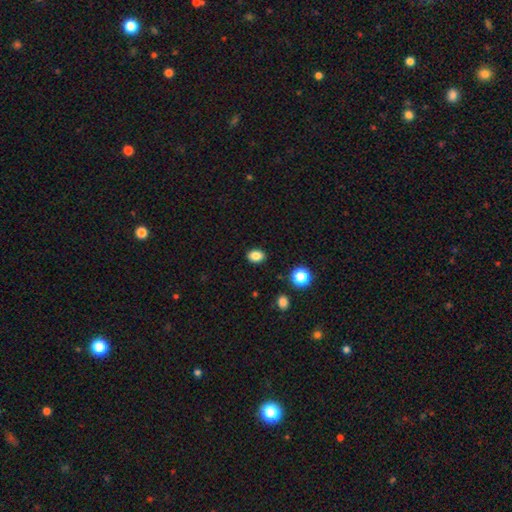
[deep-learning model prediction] Smooth or featured?
  - smooth: 85% *
  - star or artifact: 11%
  - featured or disk: 5%
How rounded?
  - in between: 62% *
  - round: 37%
  - cigar-shaped: 1%
Merging?
  - none: 88% *
  - minor disturbance: 8%
  - major disturbance: 2%
  - merger: 2%